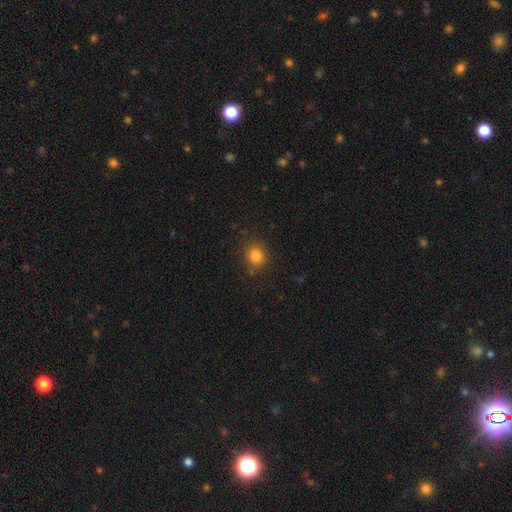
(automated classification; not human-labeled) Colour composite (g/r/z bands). It shows a smooth galaxy with no disk features (83%) that is round (82%). Merging: none (84%).